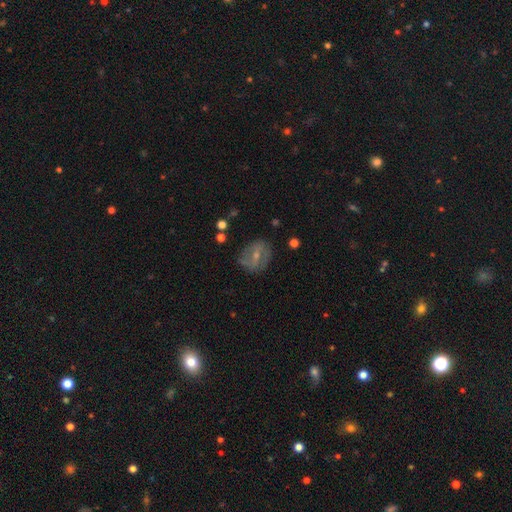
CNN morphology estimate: The model was most divided on "spiral arms": yes: 56%, no: 44%. Remaining: edge-on disk — no (93%); merging — none (75%); smooth or featured — featured or disk (58%); bulge size — small (57%); bar — weak (45%).